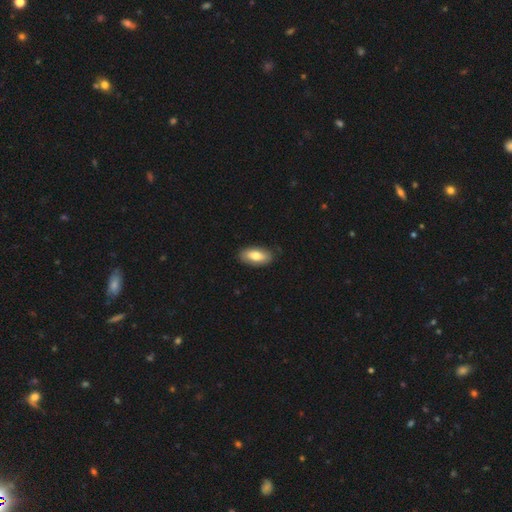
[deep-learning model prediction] smooth 72%, featured or disk 22%, star or artifact 6%. Down the decision tree: how rounded — in between (91%); merging — none (86%).